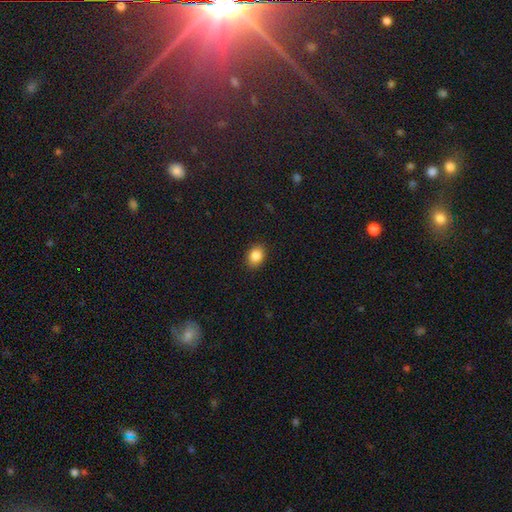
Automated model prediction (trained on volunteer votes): The model was most divided on "how rounded": in between: 59%, round: 40%, cigar-shaped: 1%. More confident: merging — none (89%); smooth or featured — smooth (86%).